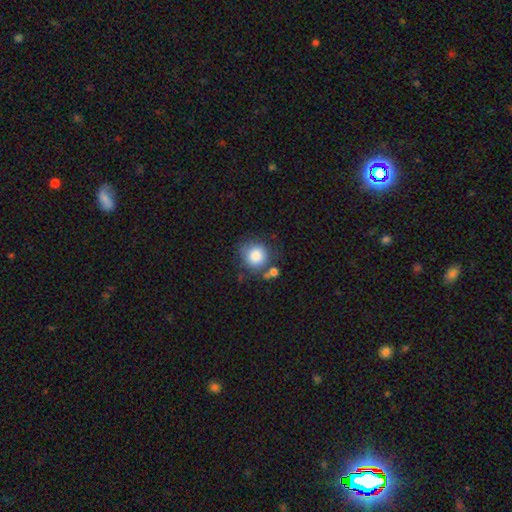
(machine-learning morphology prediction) Q: Smooth or featured?
A: smooth (83%); runner-up: star or artifact (9%)
Q: How rounded?
A: round (90%); runner-up: in between (9%)
Q: Merging?
A: none (65%); runner-up: minor disturbance (16%)